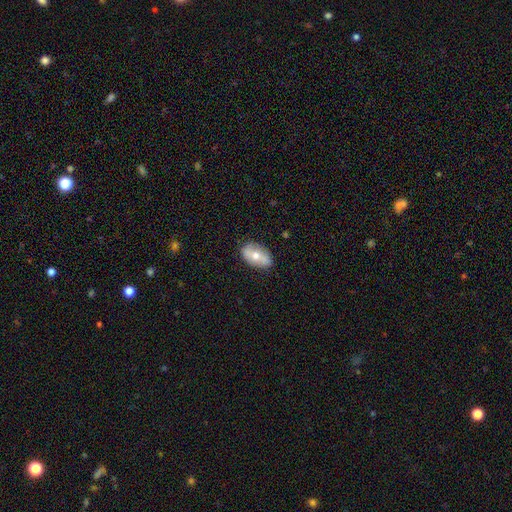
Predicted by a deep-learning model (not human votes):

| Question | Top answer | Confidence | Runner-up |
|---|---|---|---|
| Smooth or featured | smooth | 52% | featured or disk (41%) |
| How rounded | in between | 89% | round (8%) |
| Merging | none | 82% | minor disturbance (14%) |